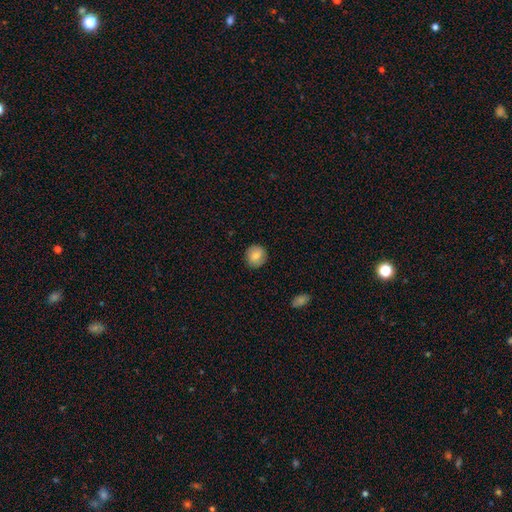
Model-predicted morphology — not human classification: Overall: smooth (80%). How rounded: round (86%). Merging: none (88%).